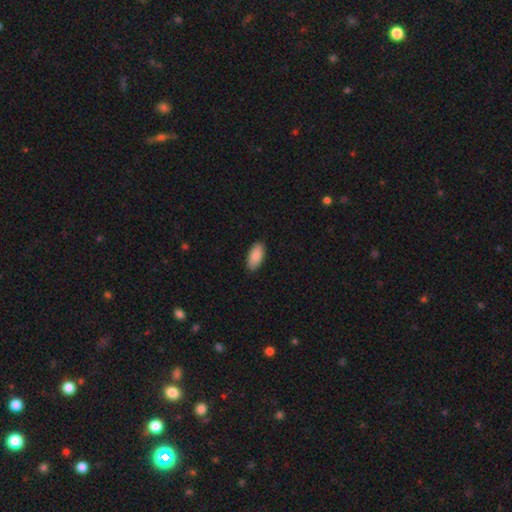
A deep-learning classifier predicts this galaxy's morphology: Smooth or featured? smooth (88%)
How rounded? in between (92%)
Merging? none (89%)